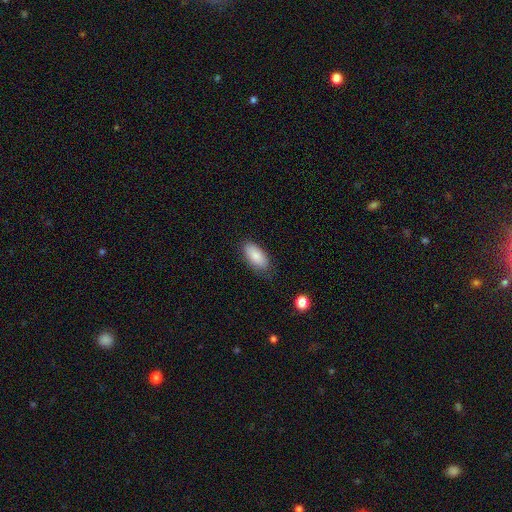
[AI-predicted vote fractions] Morphology: type=smooth (86%); roundness=in between (90%); merging=none (76%).